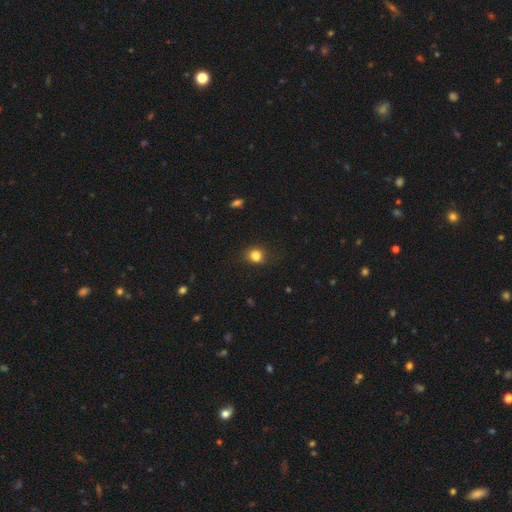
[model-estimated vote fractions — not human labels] The model was most divided on "how rounded": round: 61%, in between: 38%, cigar-shaped: 1%. More confident: smooth or featured — smooth (82%); merging — none (72%).